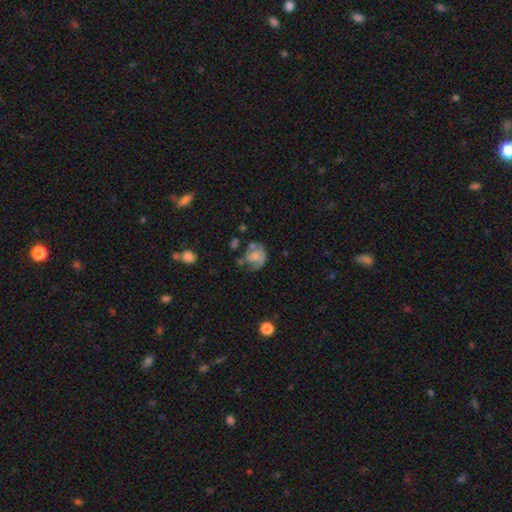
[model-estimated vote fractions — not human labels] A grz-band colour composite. It shows a featured or disk galaxy (51%) with no bar (72%), spiral arms (68%) and a small central bulge (32%). Merging: none (38%).